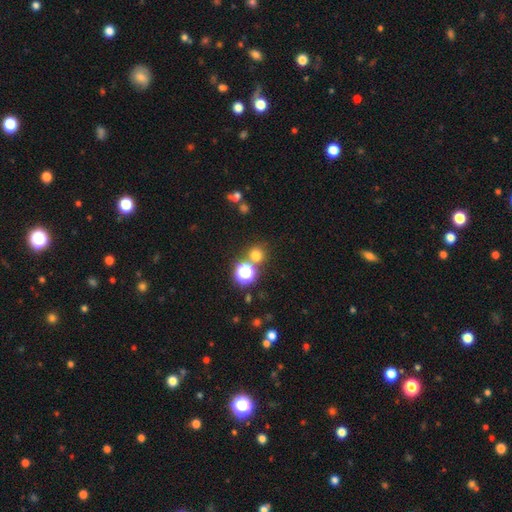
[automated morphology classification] smooth_or_featured: smooth (p=0.69) [alt: star or artifact p=0.25]
how_rounded: round (p=0.90) [alt: in between p=0.09]
merging: none (p=0.75) [alt: merger p=0.14]